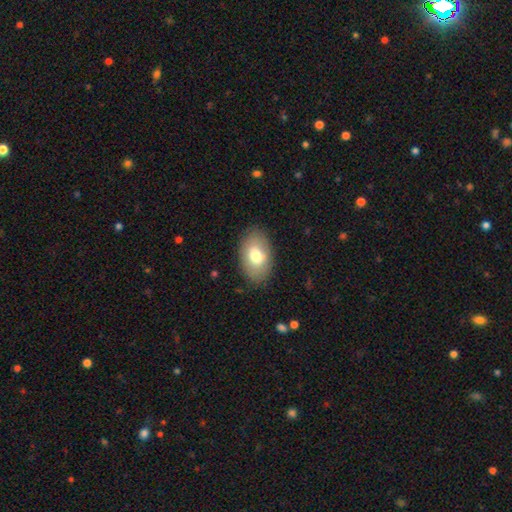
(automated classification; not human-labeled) Smooth or featured? Predicted: smooth (p=0.74). How rounded? Predicted: in between (p=0.91). Merging? Predicted: none (p=0.85).